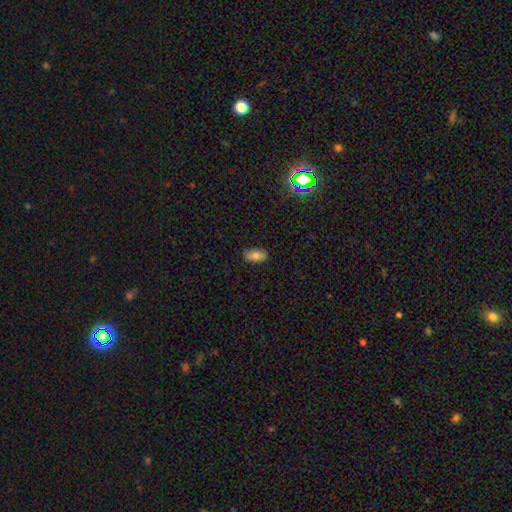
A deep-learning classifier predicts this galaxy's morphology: This is clearly a smooth galaxy (80%). How rounded: clearly in between (93%). Merging: clearly none (85%).